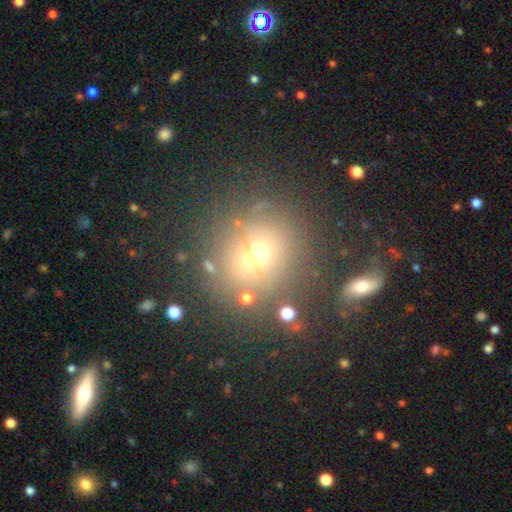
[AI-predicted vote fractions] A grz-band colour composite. It shows a smooth galaxy with no disk features (59%) that is round (82%). Merging: none (77%).